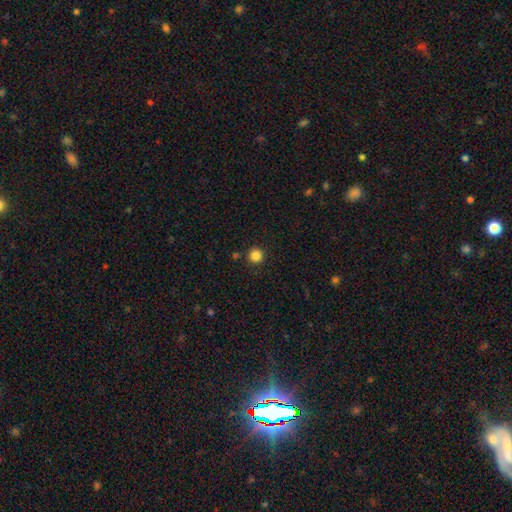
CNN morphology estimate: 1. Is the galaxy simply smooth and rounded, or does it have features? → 85% smooth, 12% star or artifact, 4% featured or disk.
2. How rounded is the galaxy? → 96% round, 3% in between, 1% cigar-shaped.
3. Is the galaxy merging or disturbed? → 91% none, 5% minor disturbance, 2% merger, 2% major disturbance.